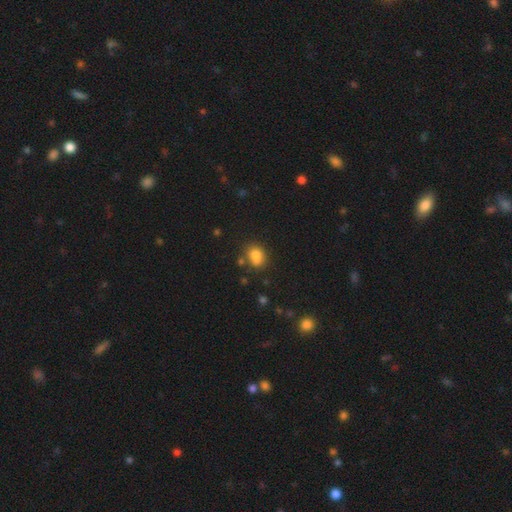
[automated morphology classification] This appears to be a smooth galaxy with no disk features (81%) that is in between round and cigar-shaped (52%). Merging: none (63%).